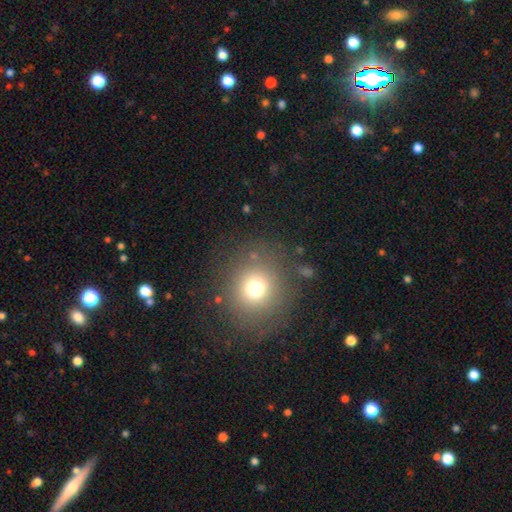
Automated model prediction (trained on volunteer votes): Smooth or featured? Predicted: smooth (p=0.66). How rounded? Predicted: round (p=0.90). Merging? Predicted: none (p=0.88).